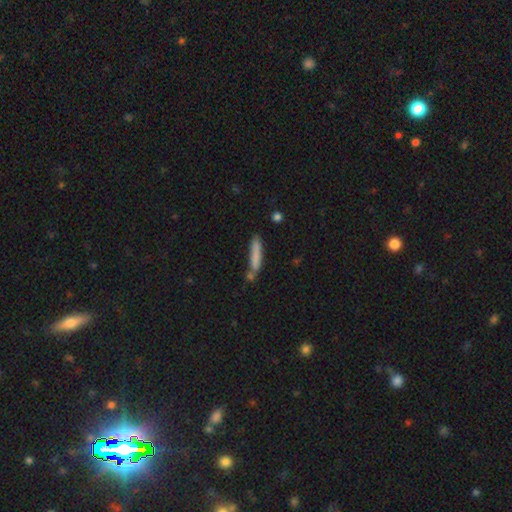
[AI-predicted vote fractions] smooth-or-featured: smooth: 79% | featured or disk: 15% | star or artifact: 7%
  how-rounded: cigar-shaped: 90% | in between: 9% | round: 1%
  merging: none: 67% | minor disturbance: 17% | merger: 12% | major disturbance: 4%